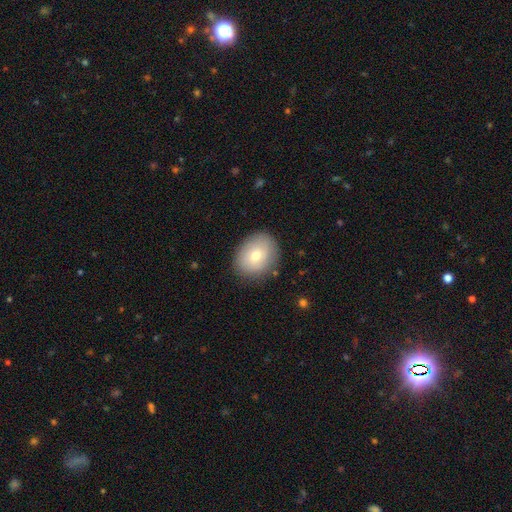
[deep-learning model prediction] A smooth galaxy with no disk features (72%) that is round (53%).

Vote fractions:
- Smooth or featured? smooth: 72% / featured or disk: 19% / star or artifact: 9%
- How rounded? round: 53% / in between: 46% / cigar-shaped: 1%
- Merging? none: 84% / minor disturbance: 11% / major disturbance: 3% / merger: 1%